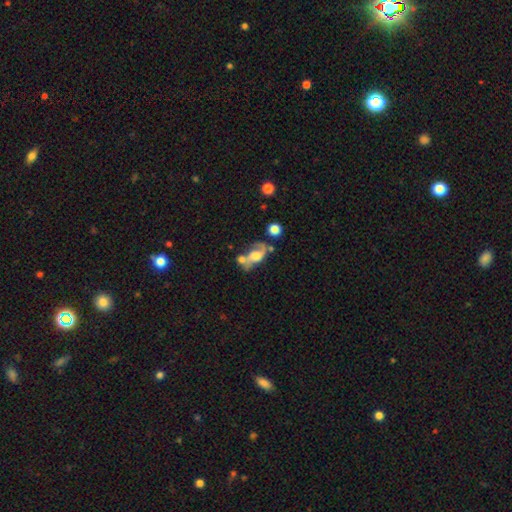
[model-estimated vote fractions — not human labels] This is likely a featured or disk galaxy (67%). It is clearly not viewed edge-on (94%). Bar: likely no (62%). Spiral arm pattern: clearly yes (83%). Spiral arm count: likely 2 (77%). Spiral winding: possibly loose (57%). Central bulge: marginally moderate (42%). Merging: marginally merger (36%).